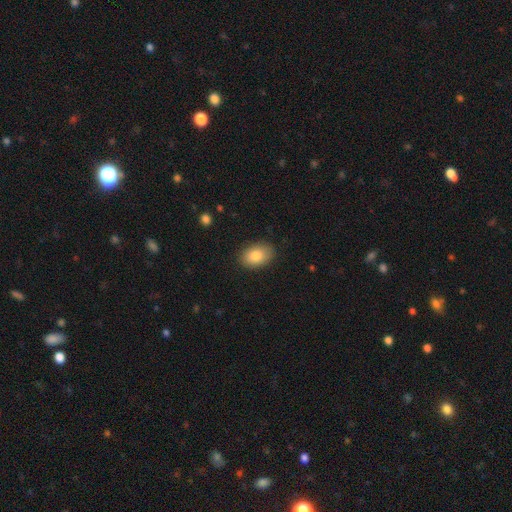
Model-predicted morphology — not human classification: type=smooth (84%); roundness=in between (87%); merging=none (86%).